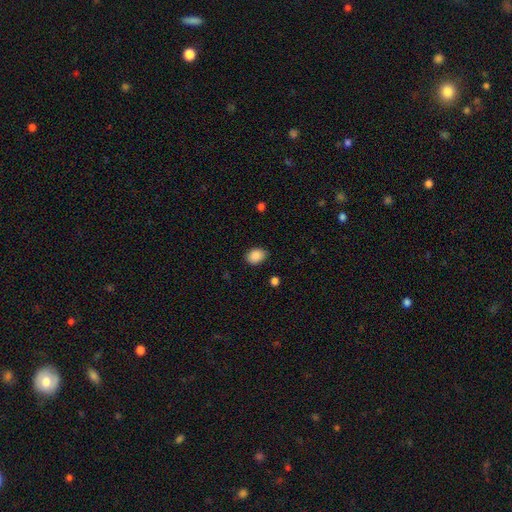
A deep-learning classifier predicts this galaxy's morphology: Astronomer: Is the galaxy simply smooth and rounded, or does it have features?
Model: smooth — 89%.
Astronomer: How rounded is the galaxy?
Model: in between — 63%.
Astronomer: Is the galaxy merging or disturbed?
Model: none — 82%.